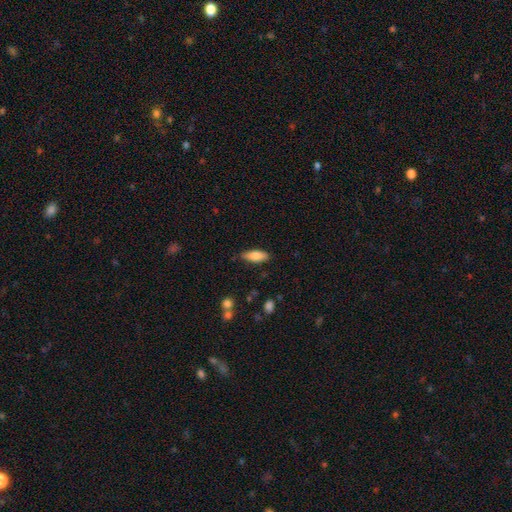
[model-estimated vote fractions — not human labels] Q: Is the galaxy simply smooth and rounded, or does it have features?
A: smooth — 79%.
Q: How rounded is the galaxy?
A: in between — 71%.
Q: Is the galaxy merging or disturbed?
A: none — 81%.